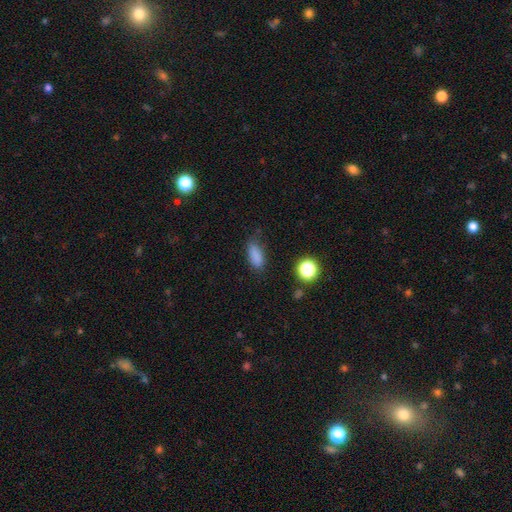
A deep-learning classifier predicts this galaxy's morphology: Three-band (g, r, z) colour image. It shows a smooth galaxy with no disk features (83%) that is in between round and cigar-shaped (77%). Merging: none (71%).